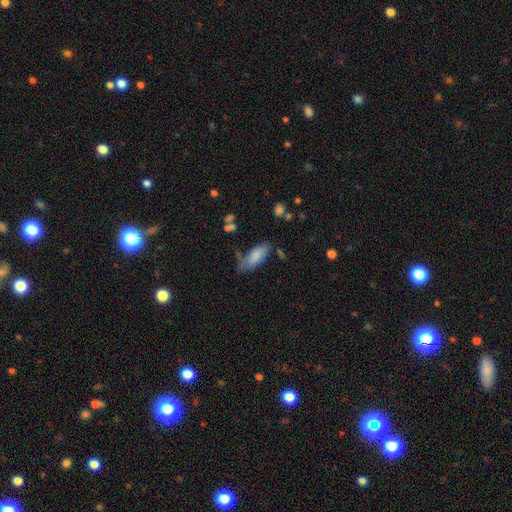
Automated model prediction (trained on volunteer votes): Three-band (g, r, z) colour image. It shows a smooth galaxy with no disk features (80%) that is in between round and cigar-shaped (77%). Merging: none (55%).